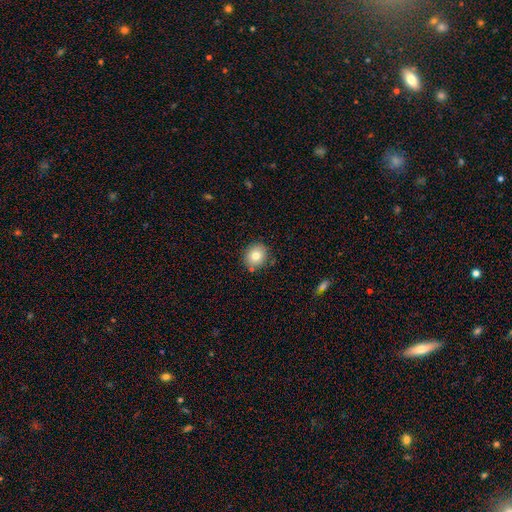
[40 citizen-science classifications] smooth 78%, featured or disk 12%, star or artifact 10%. Down the decision tree: how rounded — round (84%); merging — none (81%).